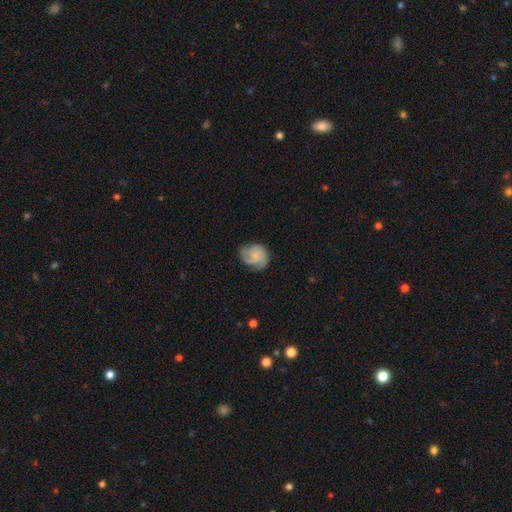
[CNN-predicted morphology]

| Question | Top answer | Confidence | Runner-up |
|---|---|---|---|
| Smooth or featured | featured or disk | 57% | smooth (36%) |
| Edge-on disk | no | 98% | yes (2%) |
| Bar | no | 74% | weak (23%) |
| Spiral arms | yes | 92% | no (8%) |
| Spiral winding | tight | 47% | medium (40%) |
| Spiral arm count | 3 | 36% | 2 (29%) |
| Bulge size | small | 60% | moderate (20%) |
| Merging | none | 66% | minor disturbance (25%) |